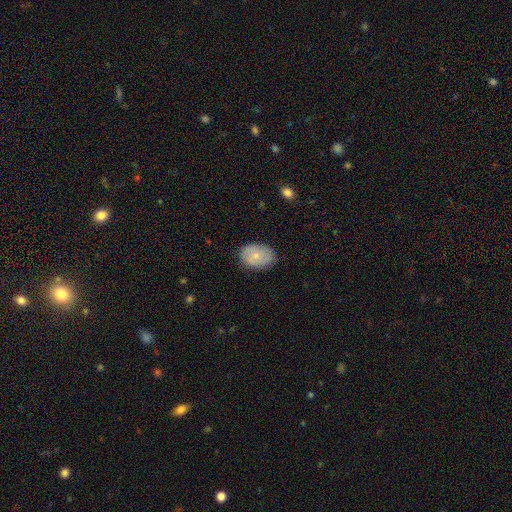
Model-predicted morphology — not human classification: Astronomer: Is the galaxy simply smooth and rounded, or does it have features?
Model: smooth — 67%.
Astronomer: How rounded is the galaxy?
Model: in between — 78%.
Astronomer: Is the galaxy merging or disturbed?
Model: none — 81%.